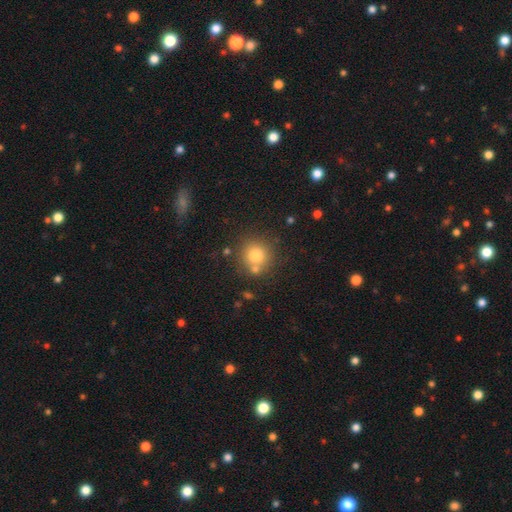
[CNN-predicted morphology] Smooth or featured: smooth — 77% (star or artifact — 12%)
How rounded: round — 92% (in between — 7%)
Merging: none — 72% (merger — 15%)